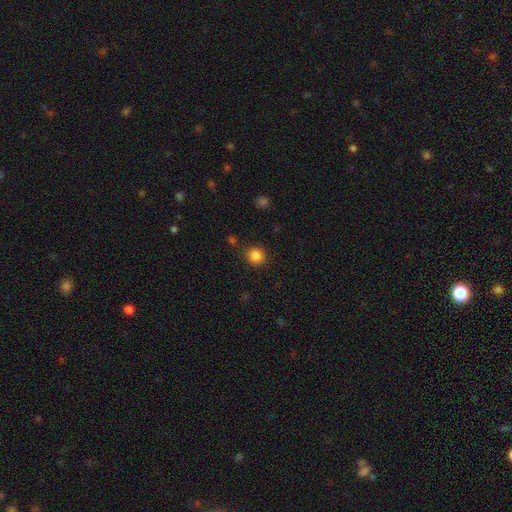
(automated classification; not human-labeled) smooth_or_featured: smooth (p=0.85) [alt: star or artifact p=0.11]
how_rounded: round (p=0.88) [alt: in between p=0.11]
merging: none (p=0.85) [alt: minor disturbance p=0.09]